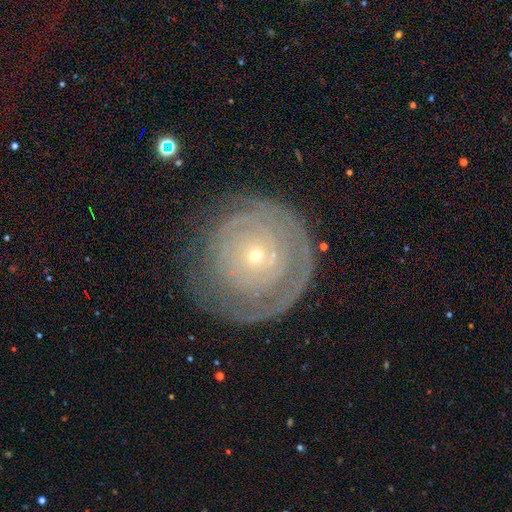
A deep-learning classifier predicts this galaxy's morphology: This is likely a featured or disk galaxy (69%). It is clearly not viewed edge-on (96%). Bar: clearly no (88%). Spiral arm pattern: likely yes (64%). Central bulge: clearly small (83%). Merging: likely none (75%).